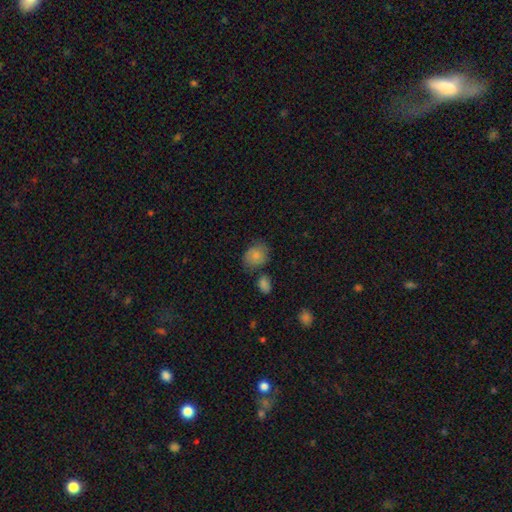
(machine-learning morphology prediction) This appears to be a smooth galaxy with no disk features (79%) that is round (58%). Merging: none (63%).